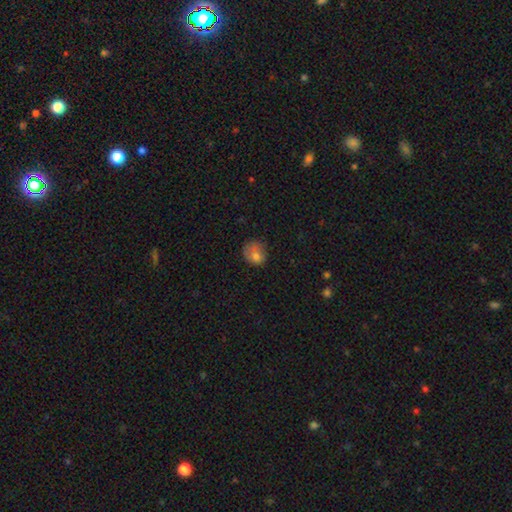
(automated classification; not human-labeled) Overall: smooth (76%). How rounded: round (68%; in between 31%). Merging: none (55%; minor disturbance 30%).